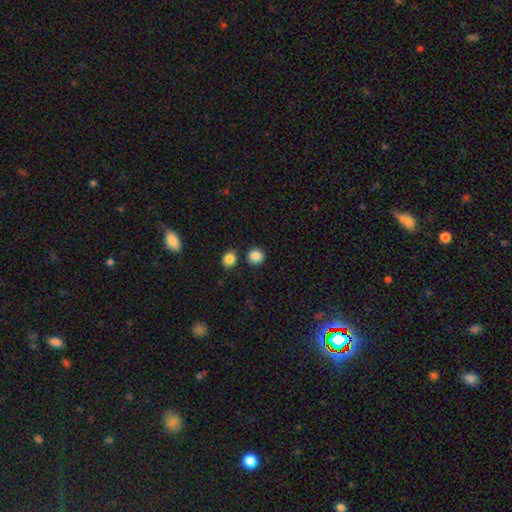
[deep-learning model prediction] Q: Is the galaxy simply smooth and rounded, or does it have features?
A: smooth — 87%.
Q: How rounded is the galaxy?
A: round — 87%.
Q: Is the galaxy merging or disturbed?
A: none — 81%.